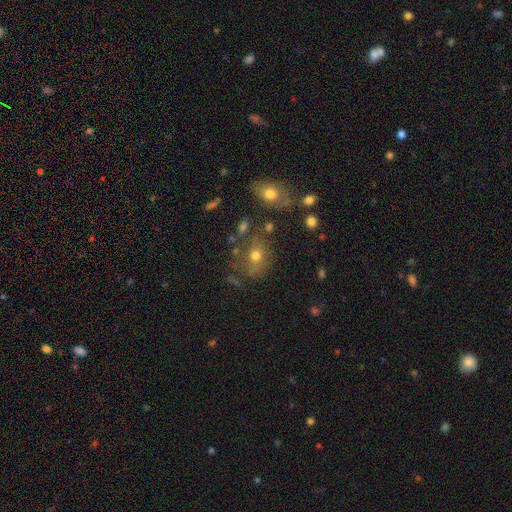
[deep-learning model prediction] smooth_or_featured: smooth (p=0.66) [alt: featured or disk p=0.19]
how_rounded: round (p=0.54) [alt: in between p=0.45]
merging: none (p=0.60) [alt: minor disturbance p=0.20]